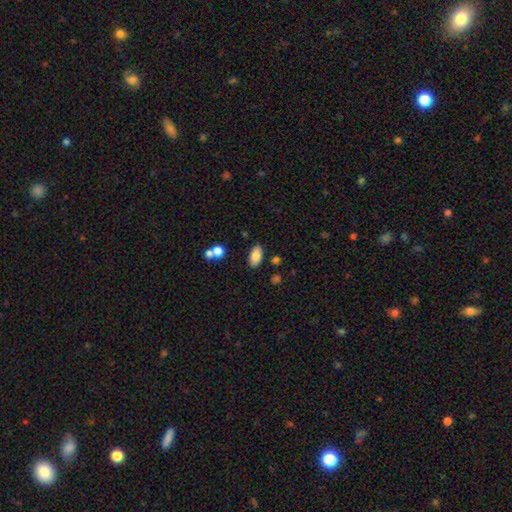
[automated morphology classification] This appears to be a smooth galaxy with no disk features (83%) that is in between round and cigar-shaped (92%). Merging: none (83%).